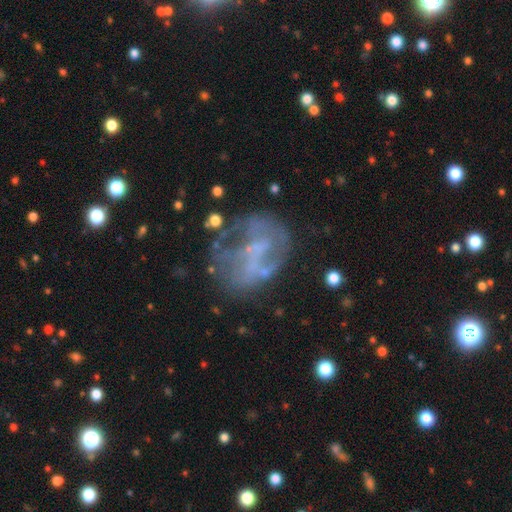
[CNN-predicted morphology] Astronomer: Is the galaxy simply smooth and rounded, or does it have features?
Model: featured or disk — 59%.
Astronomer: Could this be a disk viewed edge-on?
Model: no — 97%.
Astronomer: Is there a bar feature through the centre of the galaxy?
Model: no — 64%.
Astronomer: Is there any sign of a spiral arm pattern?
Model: no — 61% (runner-up: yes, 39%).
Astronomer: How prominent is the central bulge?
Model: none — 60%.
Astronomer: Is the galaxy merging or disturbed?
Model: none — 48% (runner-up: major disturbance, 24%).